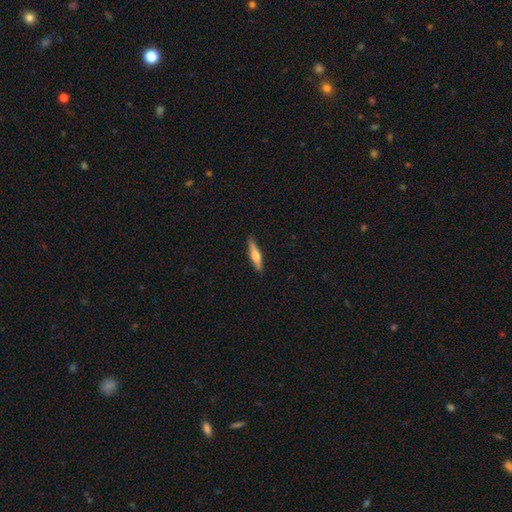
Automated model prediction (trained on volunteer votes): featured or disk 49%, smooth 46%, star or artifact 5%. Down the decision tree: merging — none (90%).